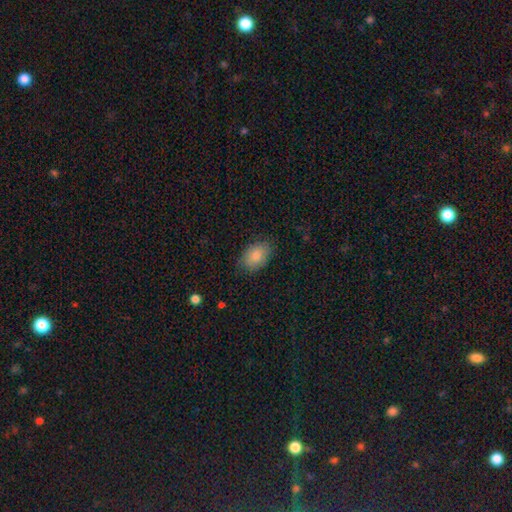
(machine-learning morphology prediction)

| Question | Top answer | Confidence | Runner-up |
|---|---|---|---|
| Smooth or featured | smooth | 84% | featured or disk (9%) |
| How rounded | in between | 88% | round (11%) |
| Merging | none | 82% | minor disturbance (14%) |